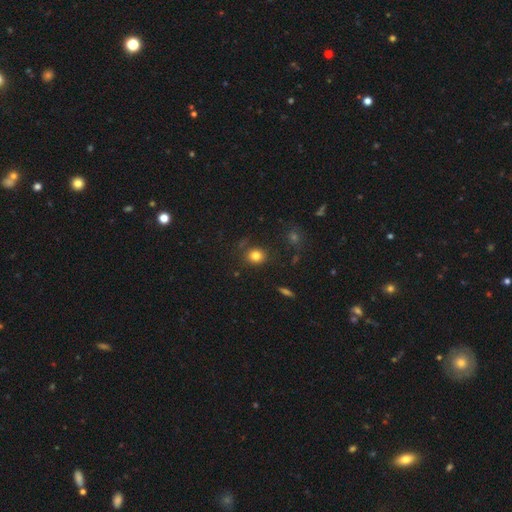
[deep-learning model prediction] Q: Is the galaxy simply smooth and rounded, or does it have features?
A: smooth — 81%.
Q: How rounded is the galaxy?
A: round — 73%.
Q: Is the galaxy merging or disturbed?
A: none — 82%.